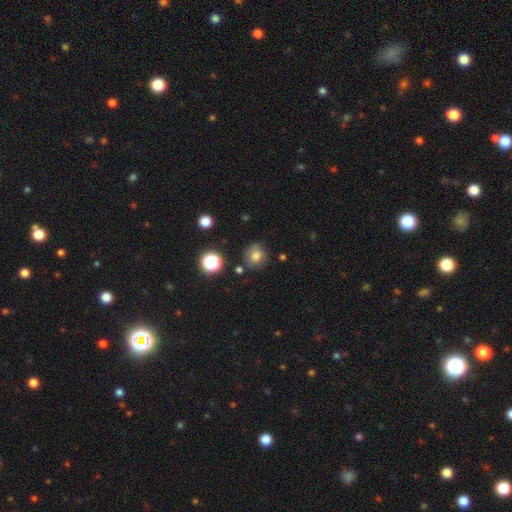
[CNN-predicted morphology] Smooth or featured: smooth — 73% (star or artifact — 15%)
How rounded: round — 83% (in between — 16%)
Merging: none — 76% (minor disturbance — 15%)